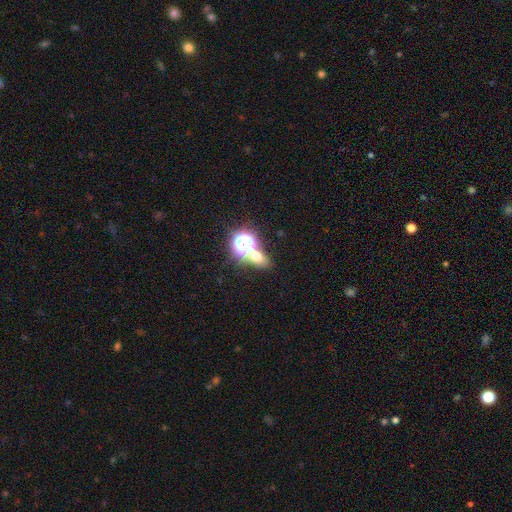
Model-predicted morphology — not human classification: This appears to be a smooth galaxy with no disk features (54%) that is in between round and cigar-shaped (49%, tied with round). Merging: none (53%).